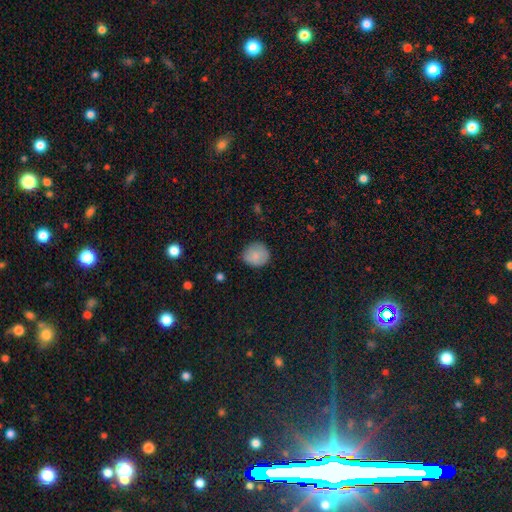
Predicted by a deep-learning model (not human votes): Morphology: type=smooth (85%); roundness=round (87%); merging=none (81%).